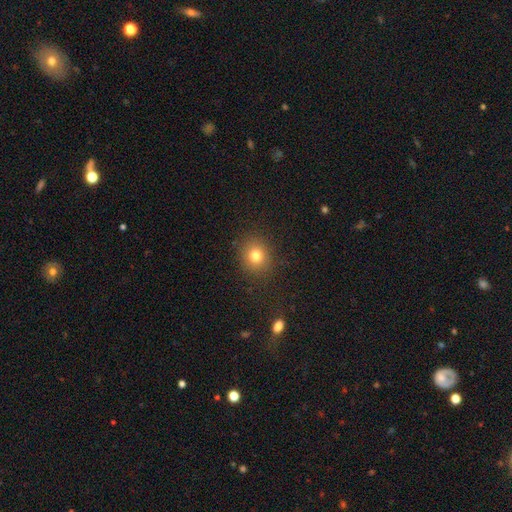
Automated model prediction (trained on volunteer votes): Smooth or featured?
  - smooth: 78% *
  - star or artifact: 14%
  - featured or disk: 8%
How rounded?
  - round: 80% *
  - in between: 19%
  - cigar-shaped: 1%
Merging?
  - none: 88% *
  - minor disturbance: 8%
  - major disturbance: 3%
  - merger: 1%